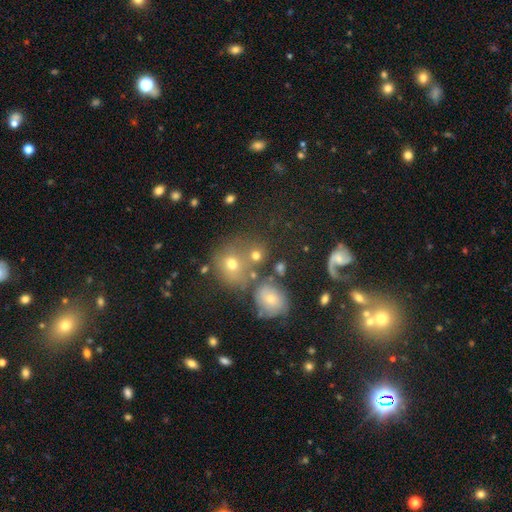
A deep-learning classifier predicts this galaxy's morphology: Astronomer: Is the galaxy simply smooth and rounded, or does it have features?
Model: smooth — 70%.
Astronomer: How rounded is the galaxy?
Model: round — 76%.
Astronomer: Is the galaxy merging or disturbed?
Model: none — 54%.